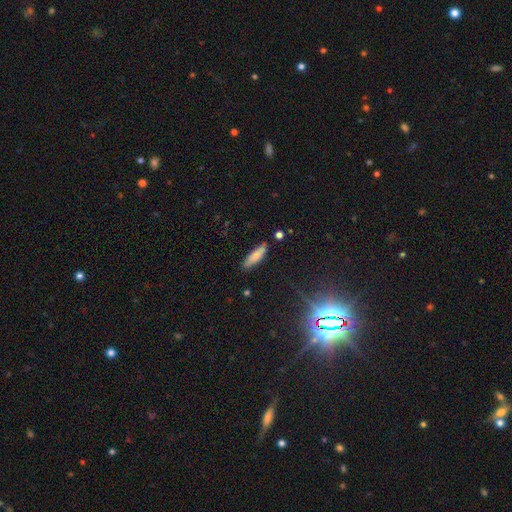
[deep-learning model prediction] smooth_or_featured: smooth (p=0.78) [alt: featured or disk p=0.14]
how_rounded: cigar-shaped (p=0.62) [alt: in between p=0.36]
merging: none (p=0.81) [alt: minor disturbance p=0.13]